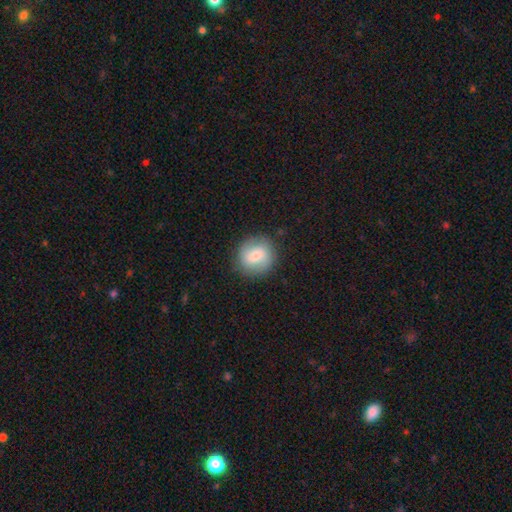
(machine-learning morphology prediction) smooth_or_featured: smooth (p=0.63) [alt: featured or disk p=0.30]
how_rounded: round (p=0.89) [alt: in between p=0.10]
merging: none (p=0.85) [alt: minor disturbance p=0.10]